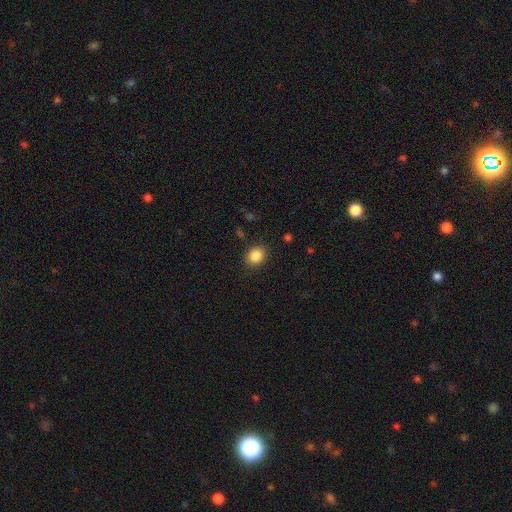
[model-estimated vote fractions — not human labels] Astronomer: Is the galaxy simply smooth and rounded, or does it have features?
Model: smooth — 86%.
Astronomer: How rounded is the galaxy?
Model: round — 66%.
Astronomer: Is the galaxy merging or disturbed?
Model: none — 87%.